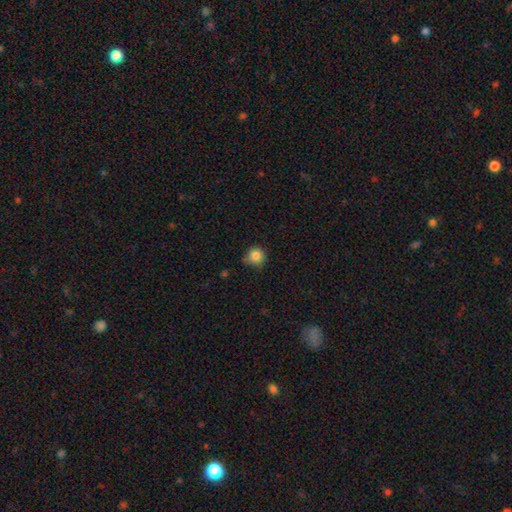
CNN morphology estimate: Smooth or featured? smooth (84%)
How rounded? round (93%)
Merging? none (71%)